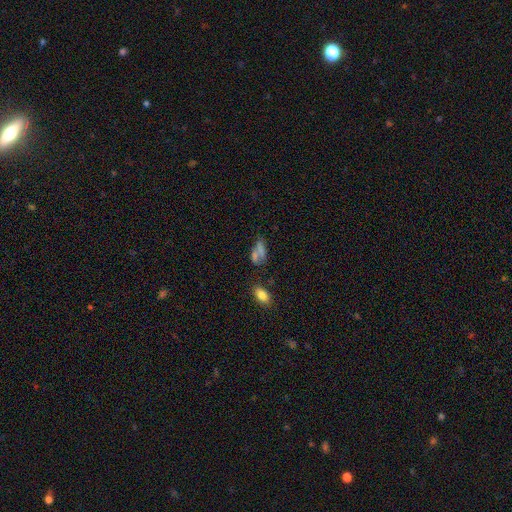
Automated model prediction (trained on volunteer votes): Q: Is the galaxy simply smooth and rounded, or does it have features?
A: smooth — 57%.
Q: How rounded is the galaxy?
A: in between — 70%.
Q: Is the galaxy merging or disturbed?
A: none — 43%.